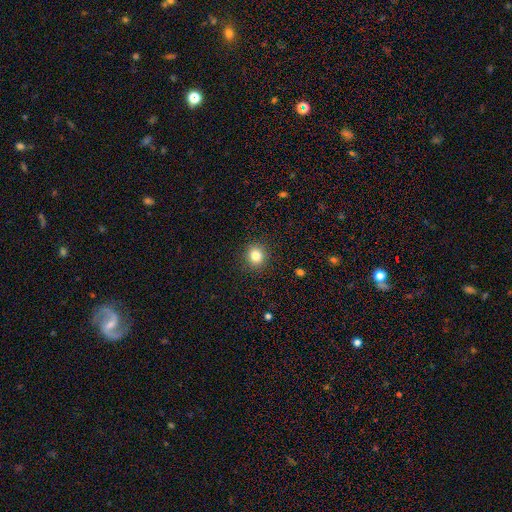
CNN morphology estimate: This appears to be a smooth galaxy with no disk features (82%) that is round (85%). Merging: none (90%).